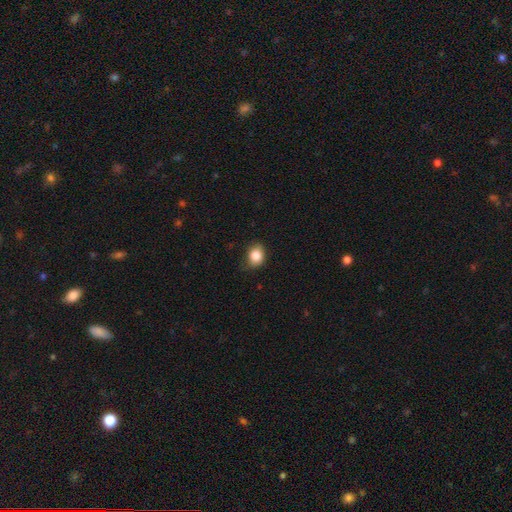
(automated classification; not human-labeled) The model was most divided on "how rounded": round: 56%, in between: 43%, cigar-shaped: 1%. More confident: smooth or featured — smooth (85%); merging — none (73%).